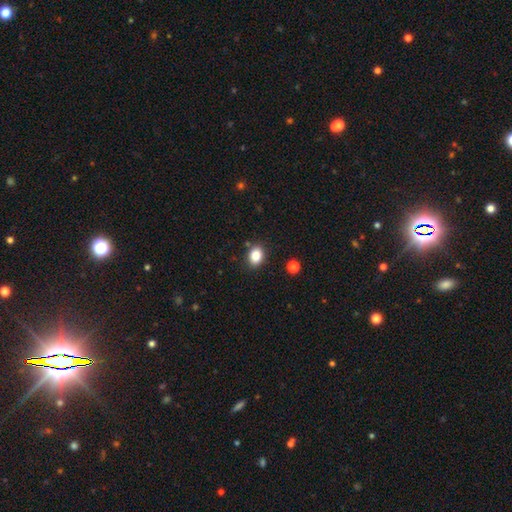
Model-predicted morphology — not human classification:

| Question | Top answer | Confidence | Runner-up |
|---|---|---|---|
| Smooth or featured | smooth | 85% | star or artifact (10%) |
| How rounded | in between | 61% | round (38%) |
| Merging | none | 86% | minor disturbance (9%) |